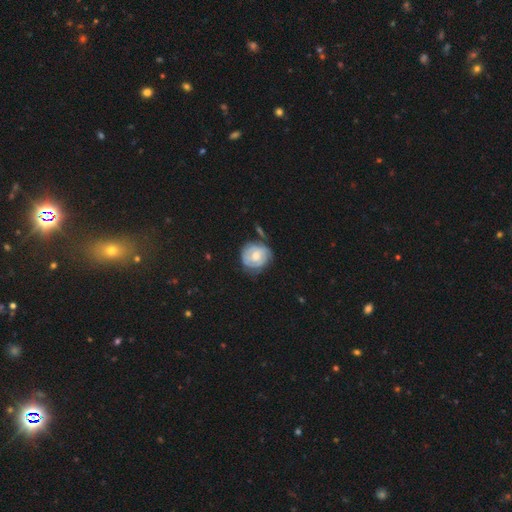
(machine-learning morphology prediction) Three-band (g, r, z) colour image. It shows a featured or disk galaxy (67%) with no bar (63%), 2 (38%) tight (70%) spiral arms (86%) and a moderate central bulge (64%). Merging: none (64%).